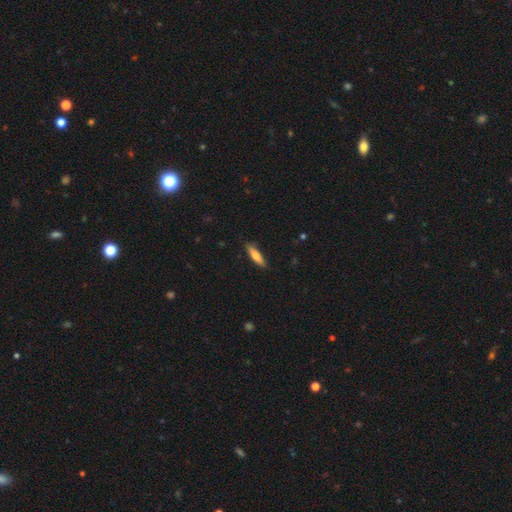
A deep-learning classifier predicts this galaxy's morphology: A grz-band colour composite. It shows a smooth galaxy with no disk features (69%) that is cigar-shaped (70%). Merging: none (87%).